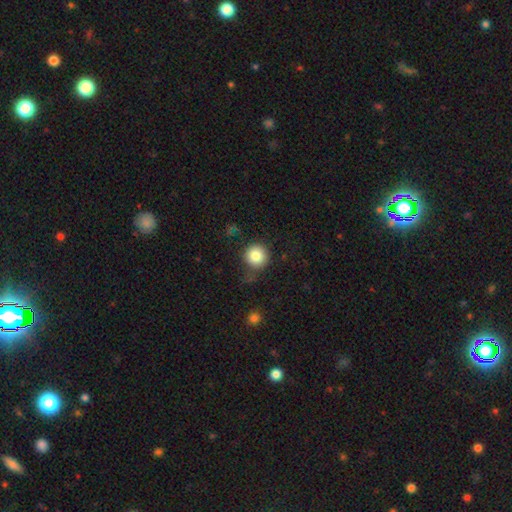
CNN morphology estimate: A smooth galaxy with no disk features (85%) that is round (94%).

Vote fractions:
- Smooth or featured? smooth: 85% / star or artifact: 10% / featured or disk: 6%
- How rounded? round: 94% / in between: 5% / cigar-shaped: 1%
- Merging? none: 76% / minor disturbance: 15% / major disturbance: 6% / merger: 3%